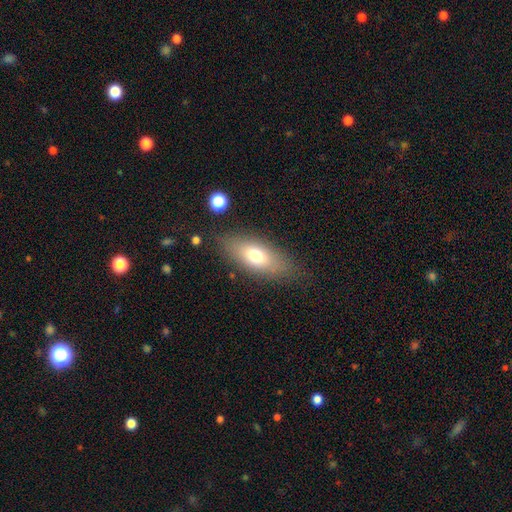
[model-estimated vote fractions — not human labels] Morphology: type=smooth (70%); roundness=in between (78%); merging=none (79%).